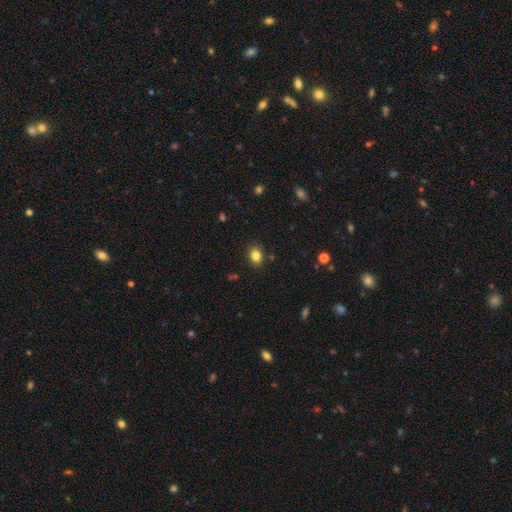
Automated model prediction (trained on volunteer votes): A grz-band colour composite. It shows a smooth galaxy with no disk features (83%) that is in between round and cigar-shaped (61%). Merging: none (87%).